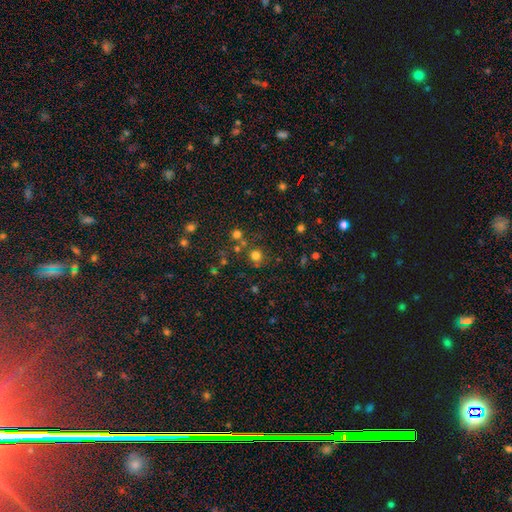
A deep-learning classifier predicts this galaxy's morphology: This is likely a smooth galaxy (74%). How rounded: clearly round (91%). Merging: likely none (77%).